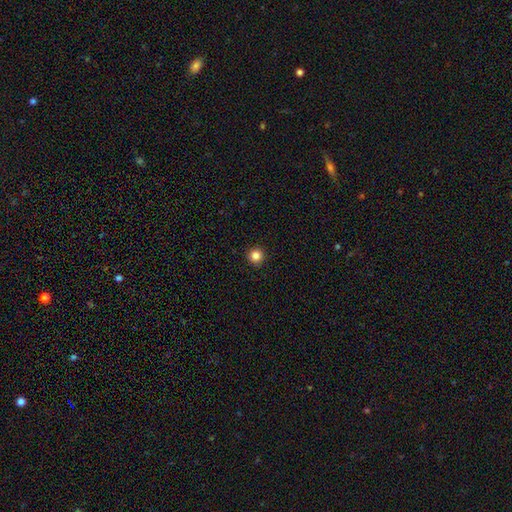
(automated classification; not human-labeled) Morphology: type=smooth (84%); roundness=round (96%); merging=none (93%).